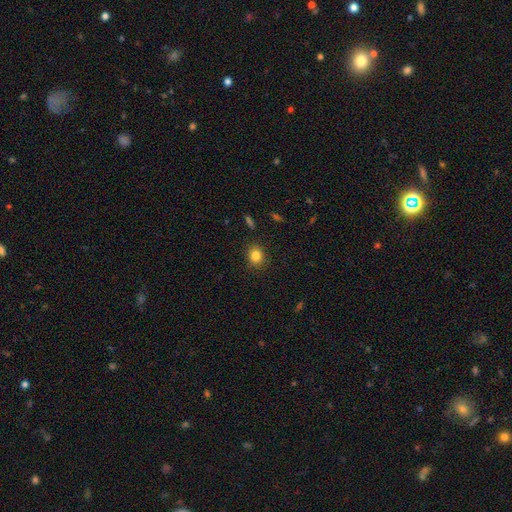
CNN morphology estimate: Overall: smooth (83%). How rounded: round (69%; in between 30%). Merging: none (89%).